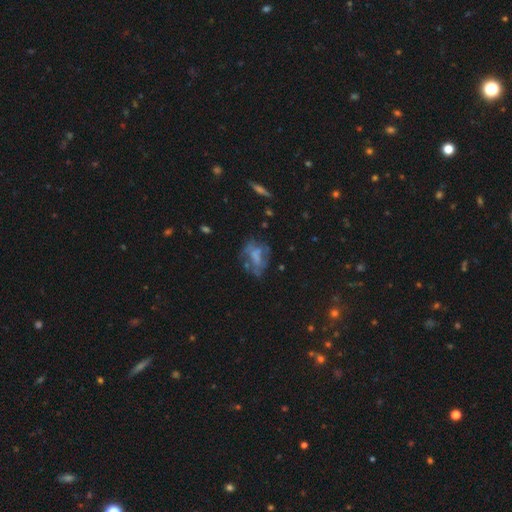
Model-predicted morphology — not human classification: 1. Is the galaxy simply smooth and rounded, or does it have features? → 50% featured or disk, 35% smooth, 14% star or artifact.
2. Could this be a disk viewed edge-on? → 95% no, 5% yes.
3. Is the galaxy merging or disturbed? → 48% none, 24% major disturbance, 22% minor disturbance, 6% merger.